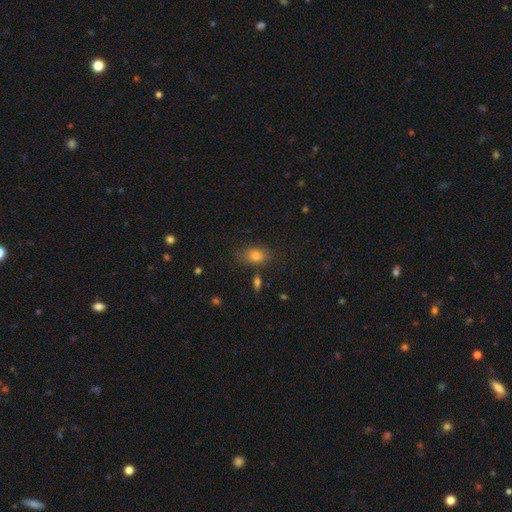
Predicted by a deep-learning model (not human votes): Morphology: type=smooth (79%); roundness=in between (75%); merging=none (70%).